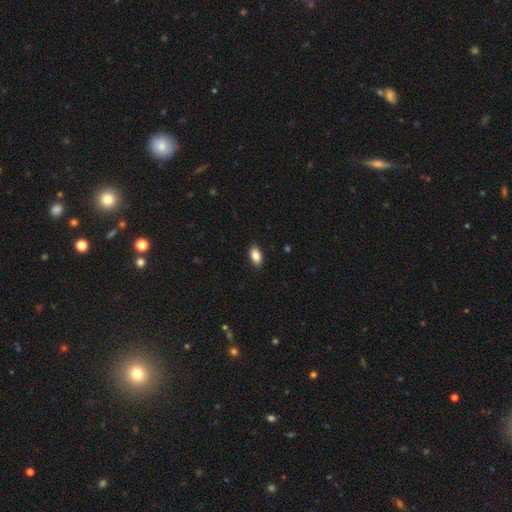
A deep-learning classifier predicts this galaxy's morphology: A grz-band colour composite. It shows a smooth galaxy with no disk features (87%) that is in between round and cigar-shaped (93%). Merging: none (90%).